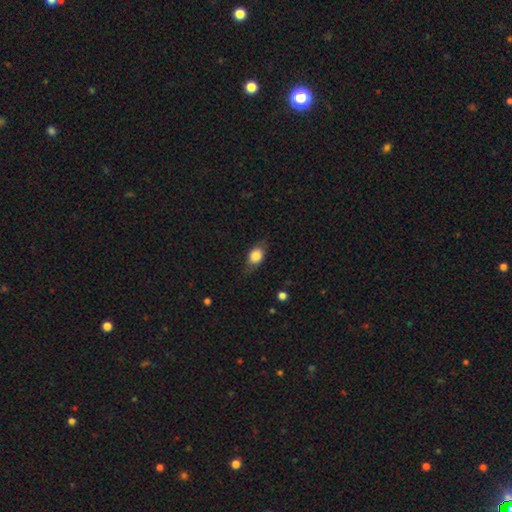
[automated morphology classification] smooth 78%, featured or disk 14%, star or artifact 8%. Down the decision tree: how rounded — in between (72%); merging — none (73%).